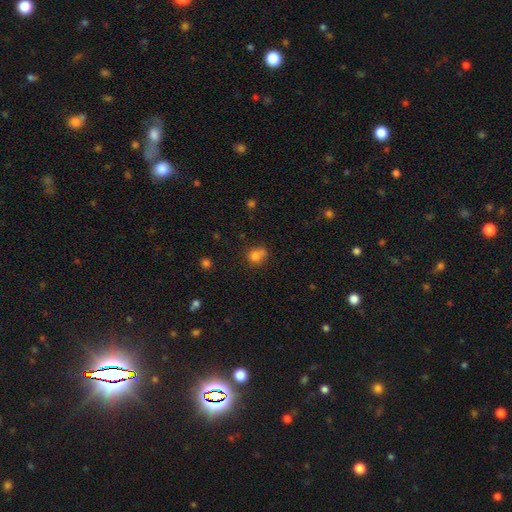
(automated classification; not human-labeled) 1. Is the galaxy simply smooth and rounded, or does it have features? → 77% smooth, 14% star or artifact, 9% featured or disk.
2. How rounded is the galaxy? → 79% round, 20% in between, 1% cigar-shaped.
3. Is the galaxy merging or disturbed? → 52% none, 24% merger, 18% minor disturbance, 6% major disturbance.